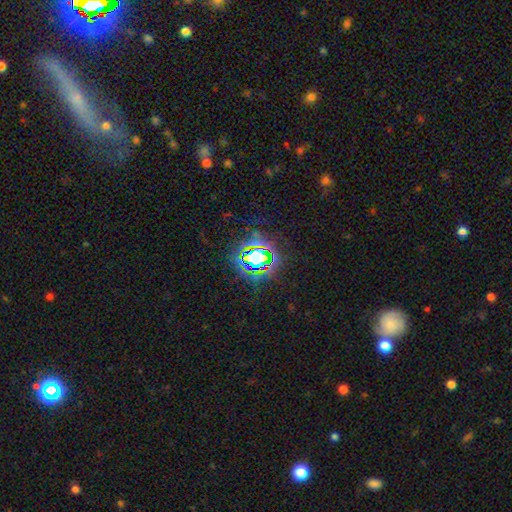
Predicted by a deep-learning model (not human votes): Q: Smooth or featured?
A: star or artifact (71%); runner-up: smooth (16%)